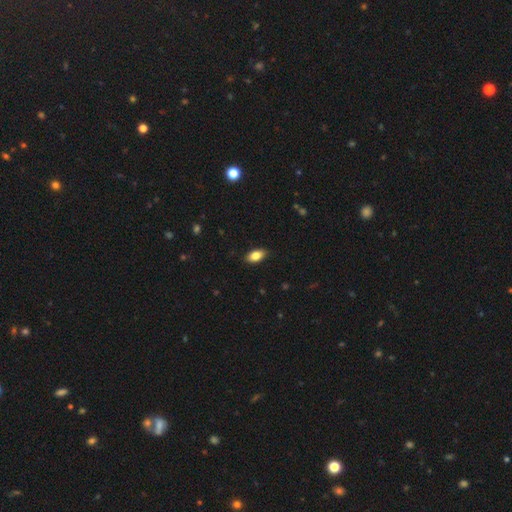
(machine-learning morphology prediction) type=smooth (83%); roundness=in between (91%); merging=none (88%).